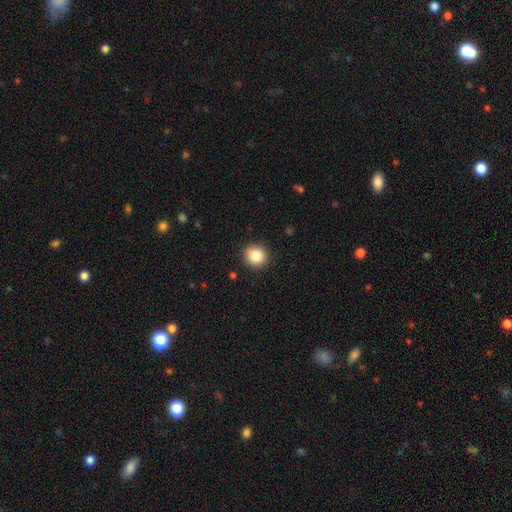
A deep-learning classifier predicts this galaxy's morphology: A smooth galaxy with no disk features (84%) that is round (93%).

Vote fractions:
- Smooth or featured? smooth: 84% / star or artifact: 9% / featured or disk: 6%
- How rounded? round: 93% / in between: 6% / cigar-shaped: 1%
- Merging? none: 92% / minor disturbance: 6% / major disturbance: 2% / merger: 1%